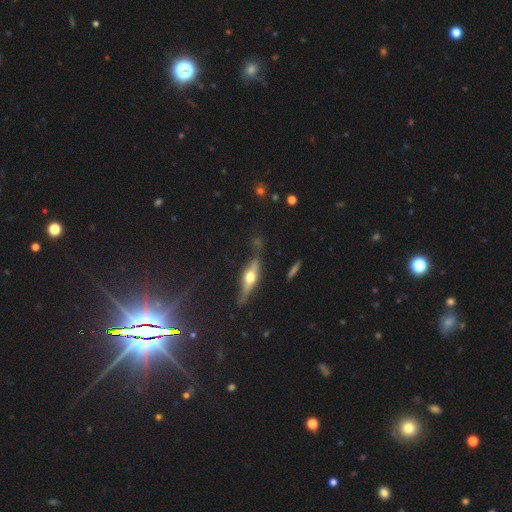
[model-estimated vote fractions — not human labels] Smooth or featured: featured or disk — 49% (star or artifact — 34%)
Merging: none — 75% (minor disturbance — 13%)